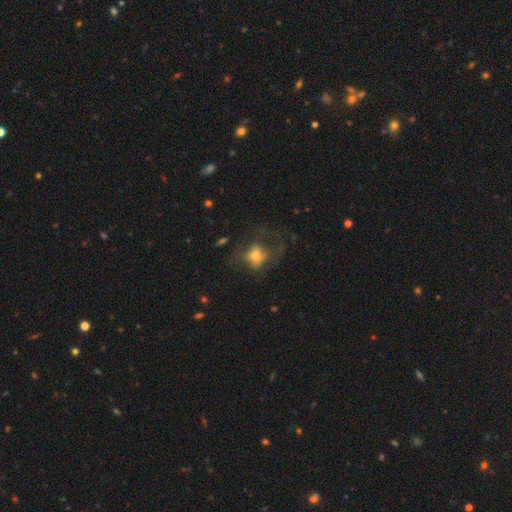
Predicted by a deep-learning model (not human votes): This appears to be a smooth galaxy with no disk features (53%) that is in between round and cigar-shaped (50%). Merging: major disturbance (46%).